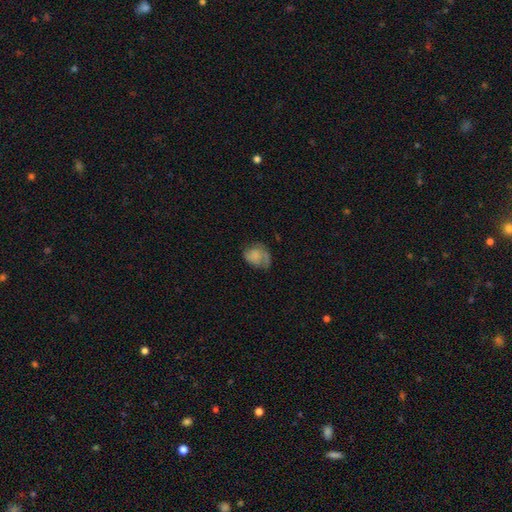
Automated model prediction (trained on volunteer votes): smooth 54%, featured or disk 36%, star or artifact 10%. Down the decision tree: how rounded — in between (54%); merging — none (44%).